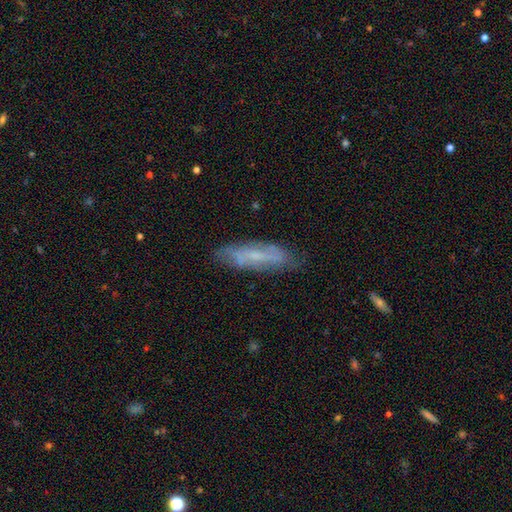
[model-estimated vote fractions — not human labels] smooth-or-featured: featured or disk: 59% | smooth: 33% | star or artifact: 8%
  disk-edge-on: no: 68% | yes: 32%
  merging: none: 76% | minor disturbance: 18% | major disturbance: 4% | merger: 2%